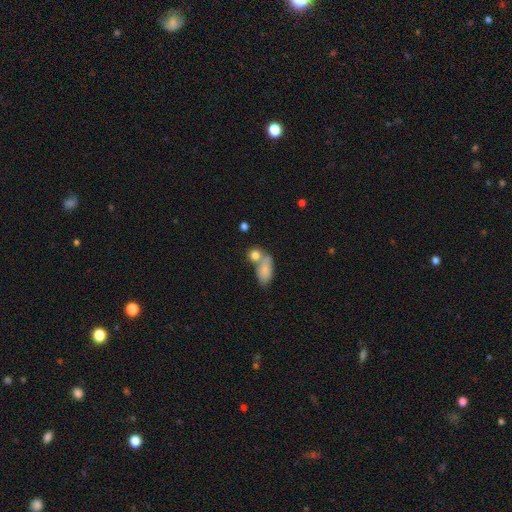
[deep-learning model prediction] A smooth galaxy with no disk features (81%) that is round (51%). Merging: none (45%).